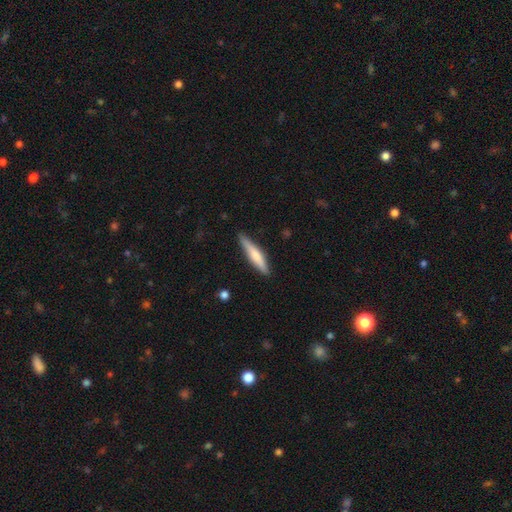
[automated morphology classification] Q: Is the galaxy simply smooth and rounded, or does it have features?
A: smooth — 61%.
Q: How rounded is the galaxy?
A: cigar-shaped — 88%.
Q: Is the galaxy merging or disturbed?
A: none — 86%.